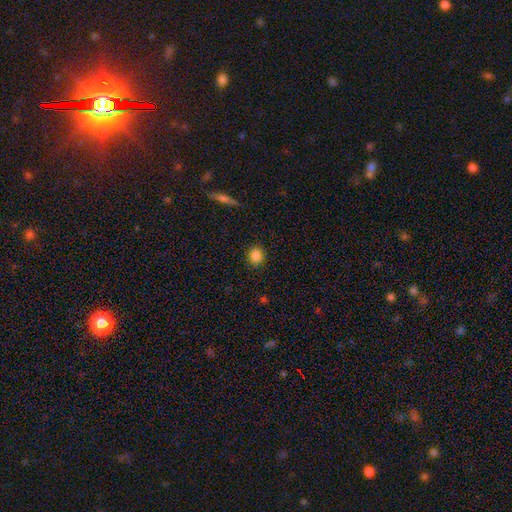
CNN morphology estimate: type=smooth (85%); roundness=round (82%); merging=none (90%).